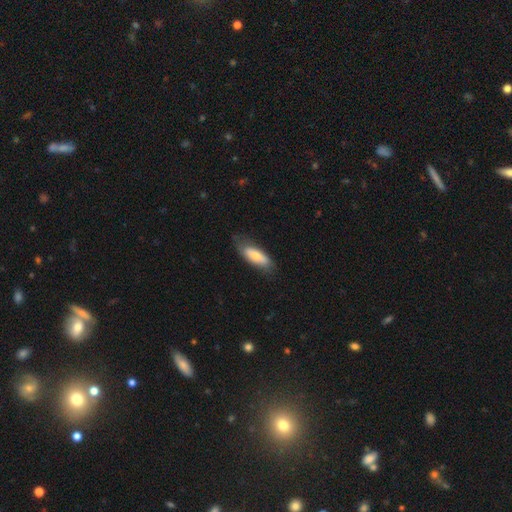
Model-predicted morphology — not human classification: Smooth or featured?
  - smooth: 69% *
  - featured or disk: 25%
  - star or artifact: 6%
How rounded?
  - in between: 67% *
  - cigar-shaped: 31%
  - round: 2%
Merging?
  - none: 68% *
  - minor disturbance: 24%
  - major disturbance: 6%
  - merger: 1%